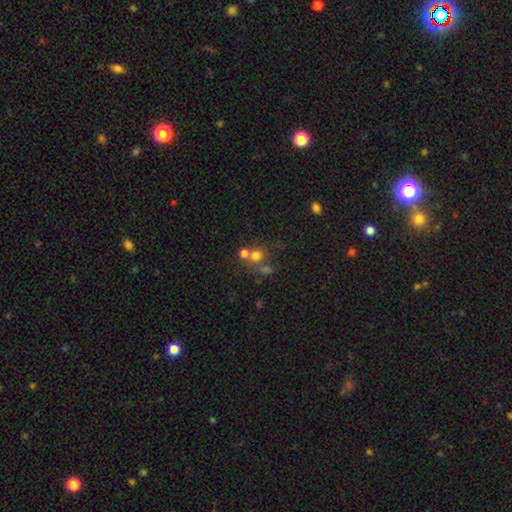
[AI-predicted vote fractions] Overall: smooth (66%). How rounded: round (85%). Merging: none (47%; merger 40%).